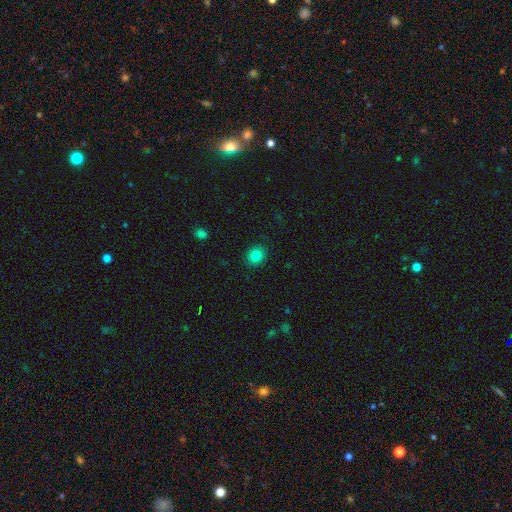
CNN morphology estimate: This appears to be a smooth galaxy with no disk features (84%) that is round (71%). Merging: none (90%).